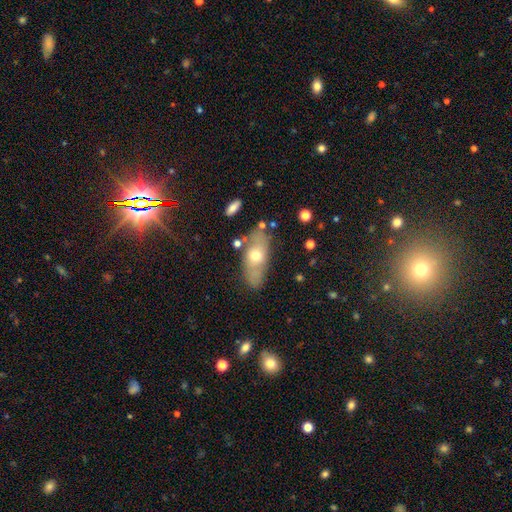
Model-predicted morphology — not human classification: This appears to be a smooth galaxy with no disk features (55%) that is in between round and cigar-shaped (77%). Merging: none (72%).